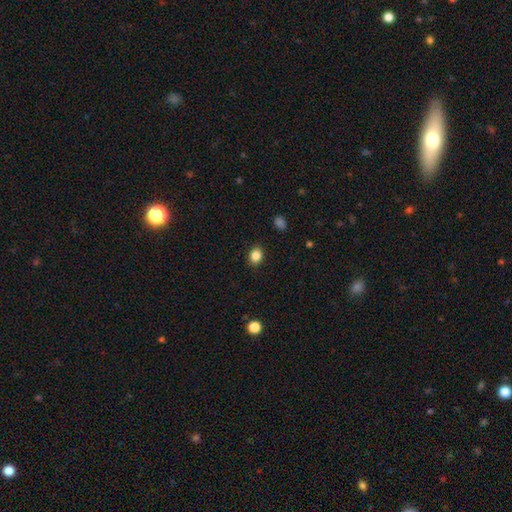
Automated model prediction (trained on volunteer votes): smooth 86%, star or artifact 10%, featured or disk 4%. Down the decision tree: how rounded — in between (52%); merging — none (88%).